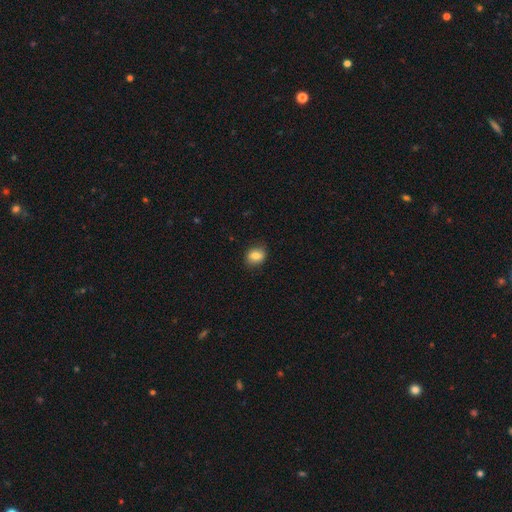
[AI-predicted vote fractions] Morphology: type=smooth (81%); roundness=in between (54%); merging=none (83%).